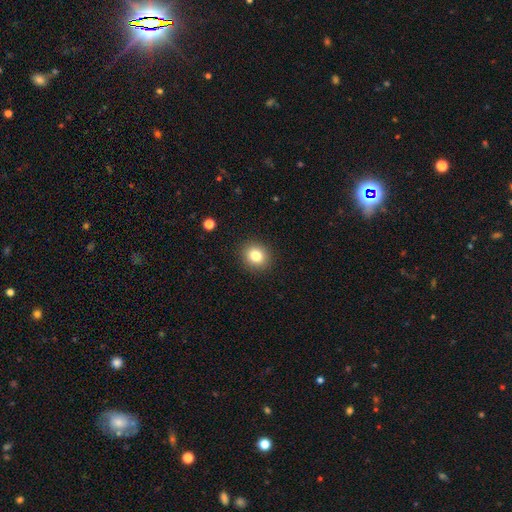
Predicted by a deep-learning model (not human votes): Smooth or featured? Predicted: smooth (p=0.82). How rounded? Predicted: round (p=0.81). Merging? Predicted: none (p=0.91).